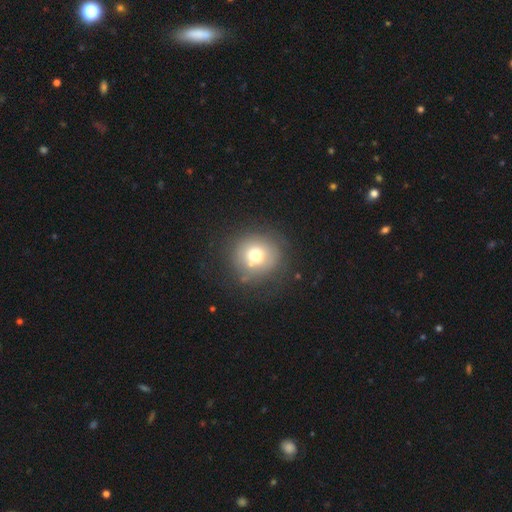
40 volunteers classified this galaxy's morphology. smooth 68%, featured or disk 28%, star or artifact 5%. Down the decision tree: how rounded — round (96%); merging — none (63%).